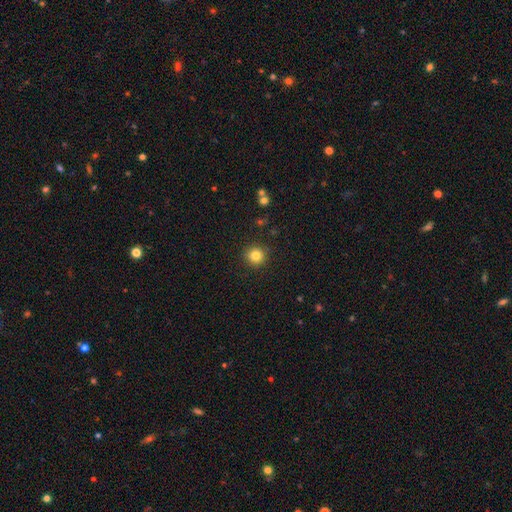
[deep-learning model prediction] A smooth galaxy with no disk features (82%) that is round (94%).

Vote fractions:
- Smooth or featured? smooth: 82% / star or artifact: 12% / featured or disk: 6%
- How rounded? round: 94% / in between: 5% / cigar-shaped: 1%
- Merging? none: 91% / minor disturbance: 6% / major disturbance: 2% / merger: 1%